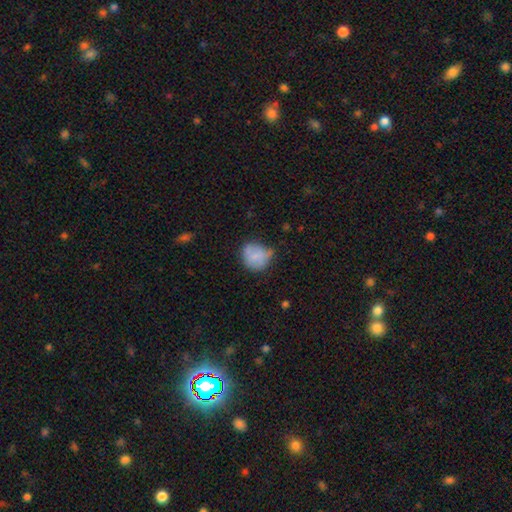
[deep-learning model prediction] smooth 74%, featured or disk 17%, star or artifact 9%. Down the decision tree: how rounded — round (74%); merging — none (43%).